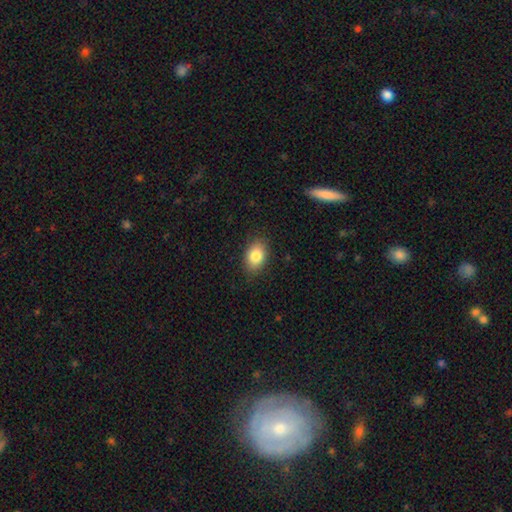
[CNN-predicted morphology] Smooth or featured? Predicted: smooth (p=0.83). How rounded? Predicted: in between (p=0.82). Merging? Predicted: none (p=0.86).